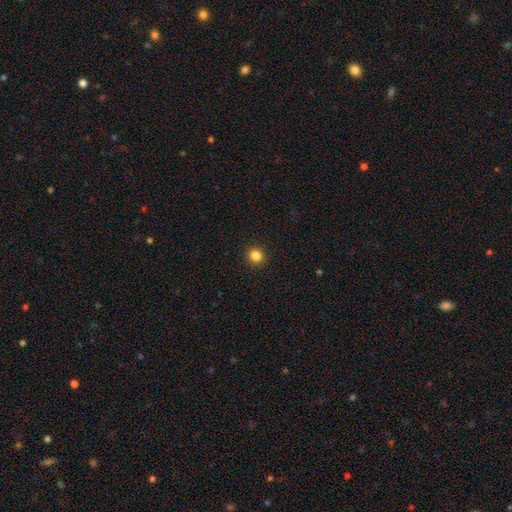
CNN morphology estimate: smooth-or-featured: smooth: 84% | star or artifact: 12% | featured or disk: 4%
  how-rounded: round: 85% | in between: 14% | cigar-shaped: 1%
  merging: none: 93% | minor disturbance: 5% | major disturbance: 2% | merger: 1%